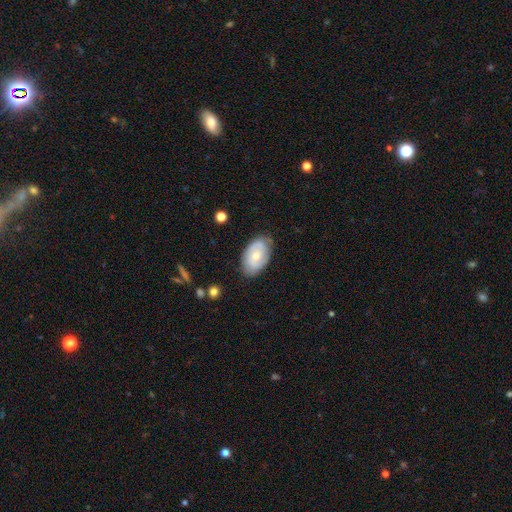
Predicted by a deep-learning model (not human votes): Morphology: type=featured or disk (52%); edge-on=no (95%); merging=none (76%).